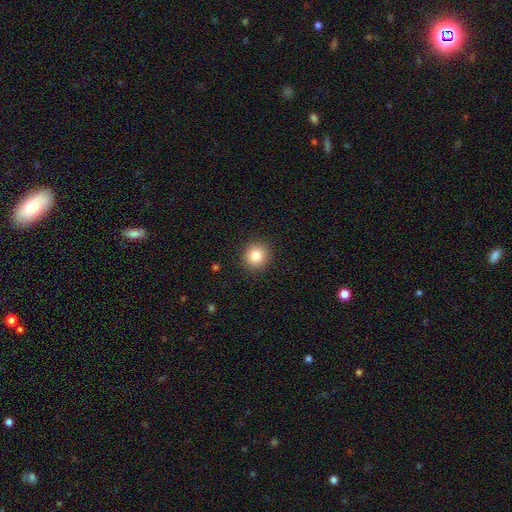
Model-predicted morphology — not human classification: Smooth or featured? Predicted: smooth (p=0.84). How rounded? Predicted: round (p=0.90). Merging? Predicted: none (p=0.91).